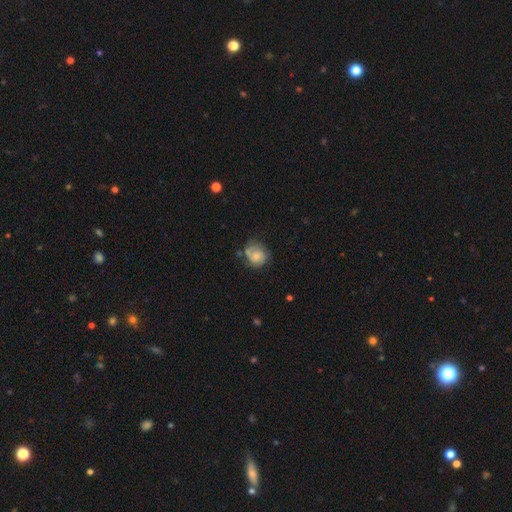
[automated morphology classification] Smooth or featured? Predicted: featured or disk (p=0.47). Merging? Predicted: none (p=0.55).